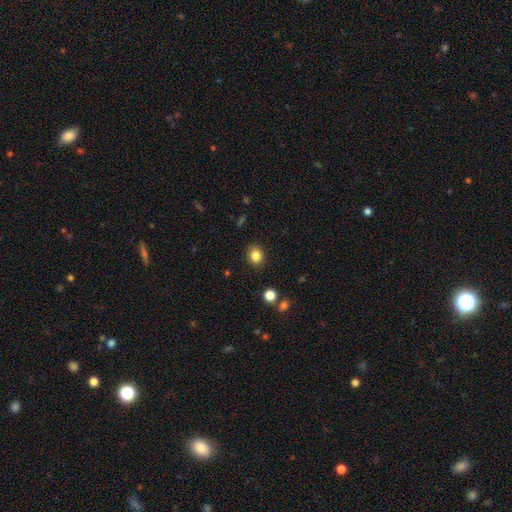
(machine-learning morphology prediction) A smooth galaxy with no disk features (83%) that is round (66%).

Vote fractions:
- Smooth or featured? smooth: 83% / star or artifact: 11% / featured or disk: 6%
- How rounded? round: 66% / in between: 33% / cigar-shaped: 1%
- Merging? none: 89% / minor disturbance: 7% / major disturbance: 2% / merger: 1%